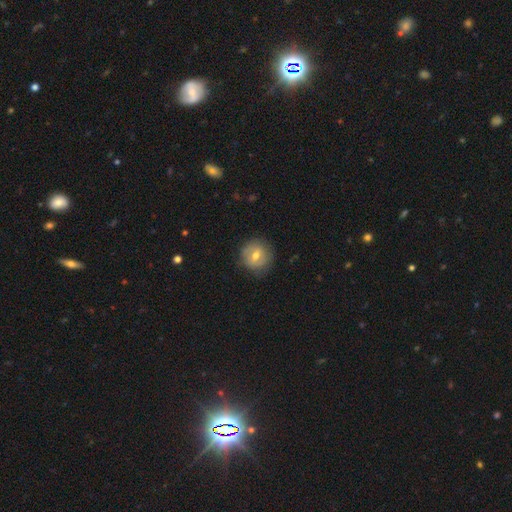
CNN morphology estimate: Smooth or featured: smooth — 55% (featured or disk — 36%)
How rounded: round — 91% (in between — 8%)
Merging: none — 84% (minor disturbance — 12%)